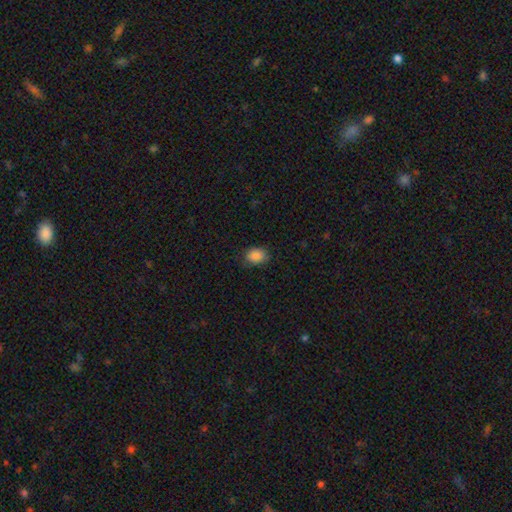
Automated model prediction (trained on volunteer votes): Overall: smooth (87%). How rounded: in between (62%; round 37%). Merging: none (81%).